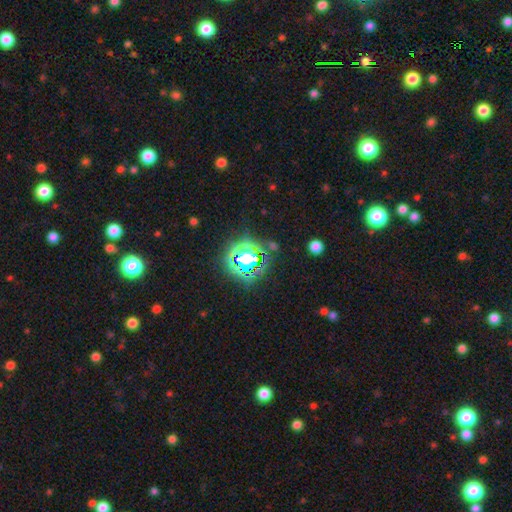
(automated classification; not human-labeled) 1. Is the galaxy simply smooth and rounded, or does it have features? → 76% star or artifact, 16% smooth, 8% featured or disk.